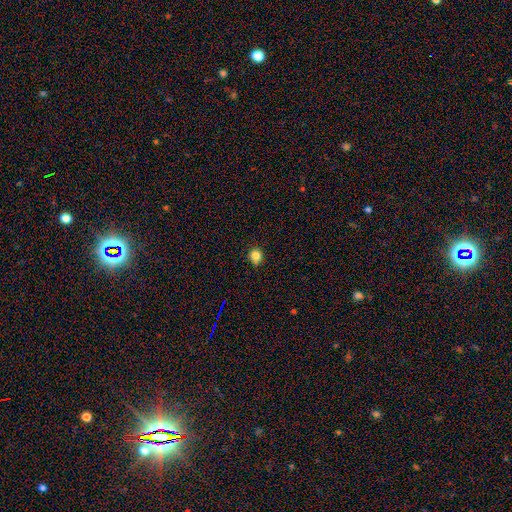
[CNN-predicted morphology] Q: Smooth or featured?
A: smooth (82%); runner-up: star or artifact (12%)
Q: How rounded?
A: round (84%); runner-up: in between (15%)
Q: Merging?
A: none (77%); runner-up: minor disturbance (18%)